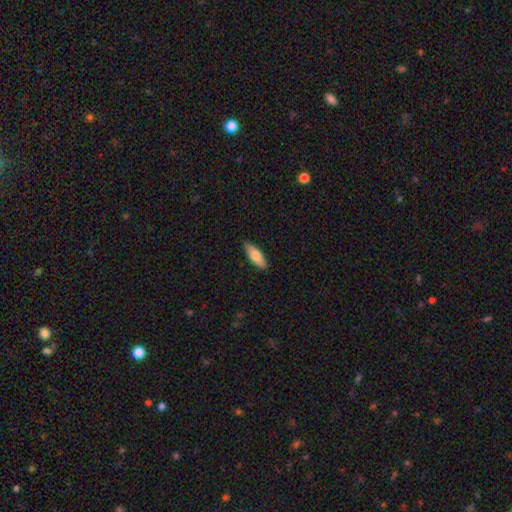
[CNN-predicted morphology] This appears to be a smooth galaxy with no disk features (75%) that is in between round and cigar-shaped (63%). Merging: none (88%).